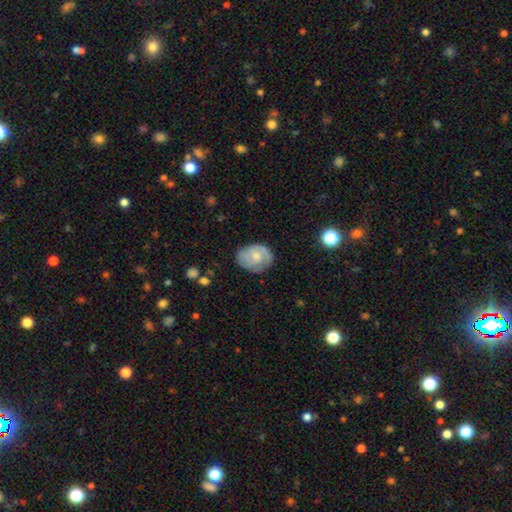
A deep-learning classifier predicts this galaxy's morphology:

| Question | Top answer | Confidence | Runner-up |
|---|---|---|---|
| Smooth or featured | featured or disk | 52% | smooth (41%) |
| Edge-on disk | no | 97% | yes (3%) |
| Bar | no | 70% | weak (27%) |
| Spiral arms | yes | 77% | no (23%) |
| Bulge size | moderate | 46% | small (36%) |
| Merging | none | 66% | minor disturbance (24%) |